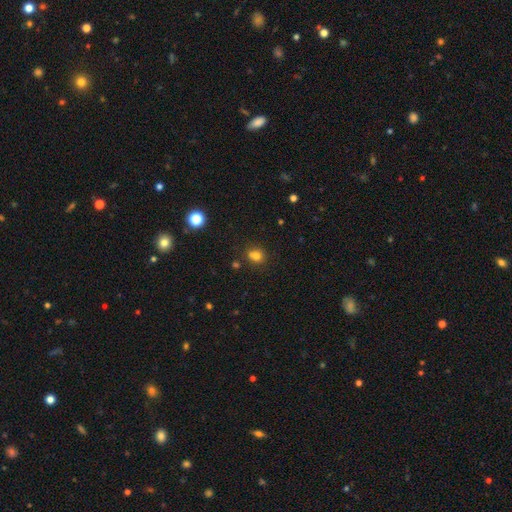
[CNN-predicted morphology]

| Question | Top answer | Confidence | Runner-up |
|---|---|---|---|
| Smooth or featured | smooth | 74% | star or artifact (16%) |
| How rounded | round | 71% | in between (28%) |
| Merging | none | 54% | merger (29%) |